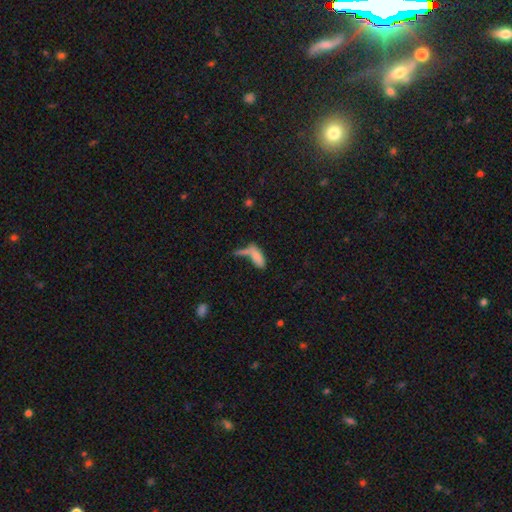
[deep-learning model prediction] Smooth or featured? Predicted: smooth (p=0.76). How rounded? Predicted: in between (p=0.57). Merging? Predicted: merger (p=0.41).